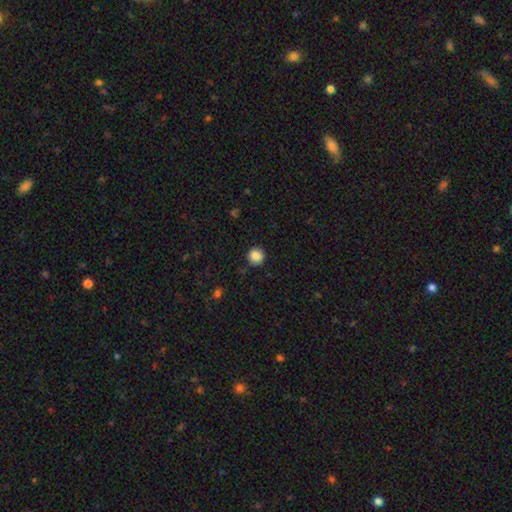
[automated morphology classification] Smooth or featured? Predicted: smooth (p=0.86). How rounded? Predicted: round (p=0.94). Merging? Predicted: none (p=0.88).